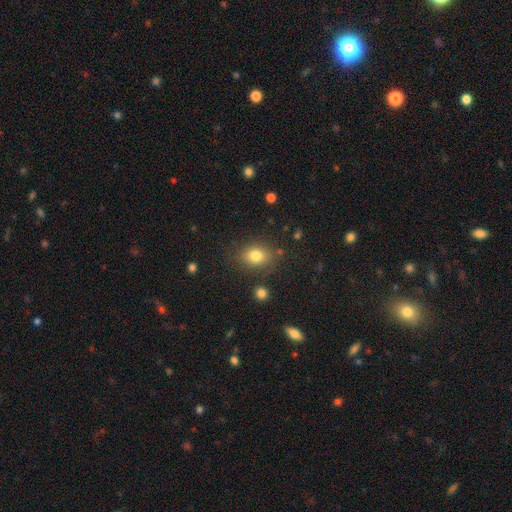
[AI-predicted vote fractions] smooth-or-featured: smooth: 80% | star or artifact: 11% | featured or disk: 9%
  how-rounded: in between: 61% | round: 38% | cigar-shaped: 1%
  merging: none: 80% | minor disturbance: 12% | major disturbance: 4% | merger: 4%